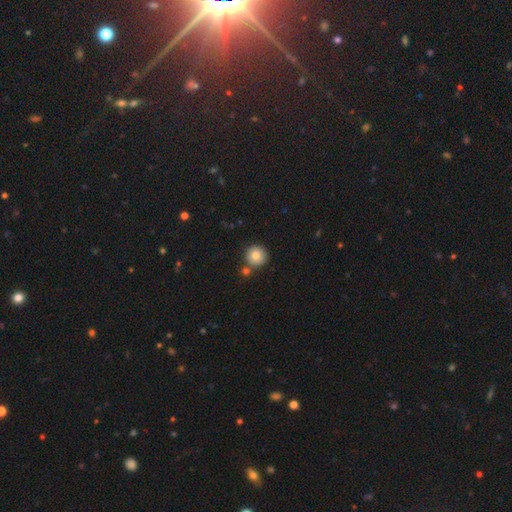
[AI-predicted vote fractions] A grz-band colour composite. It shows a smooth galaxy with no disk features (81%) that is round (95%). Merging: none (77%).